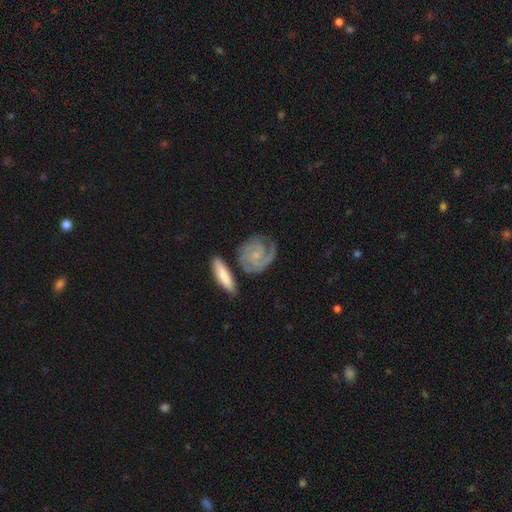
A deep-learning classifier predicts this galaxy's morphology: Smooth or featured? featured or disk (78%)
Edge-on disk? no (96%)
Bar? no (66%)
Spiral arms? yes (95%)
Spiral winding? tight (64%)
Spiral arm count? 2 (46%)
Bulge size? small (67%)
Merging? none (66%)